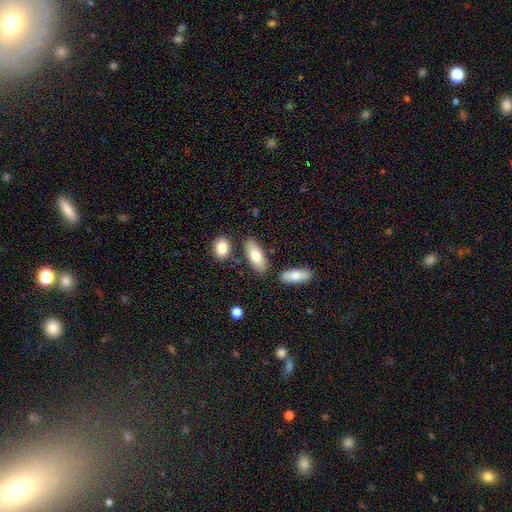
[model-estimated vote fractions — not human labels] smooth_or_featured: smooth (p=0.77) [alt: featured or disk p=0.18]
how_rounded: in between (p=0.82) [alt: cigar-shaped p=0.16]
merging: none (p=0.78) [alt: minor disturbance p=0.11]